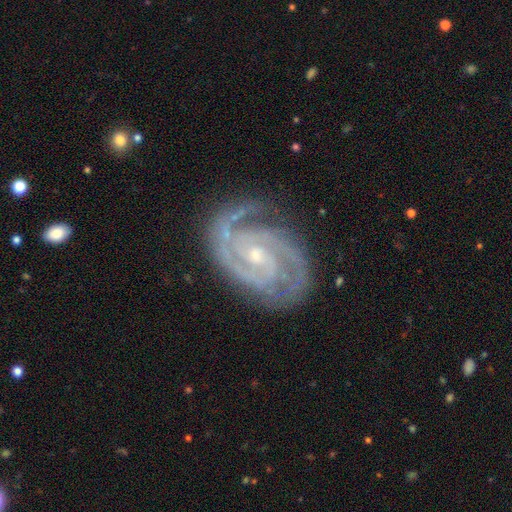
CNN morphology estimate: type=featured or disk (93%); edge-on=no (98%); bar=no (51%); spiral arms=yes (99%); winding=tight (68%); arm count=2 (62%); bulge=small (67%); merging=none (75%).